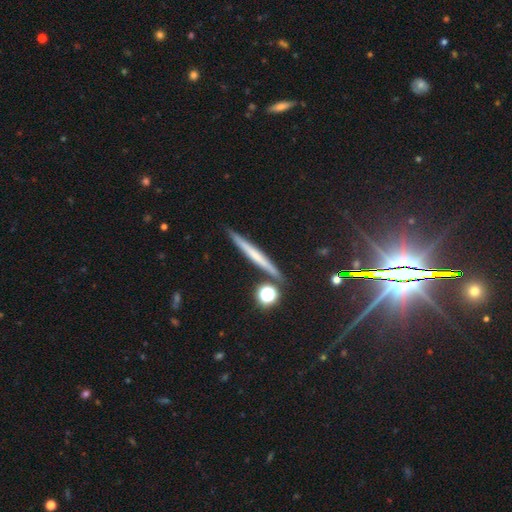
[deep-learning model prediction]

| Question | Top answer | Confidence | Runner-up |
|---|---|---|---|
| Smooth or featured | featured or disk | 45% | smooth (42%) |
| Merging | none | 87% | minor disturbance (7%) |